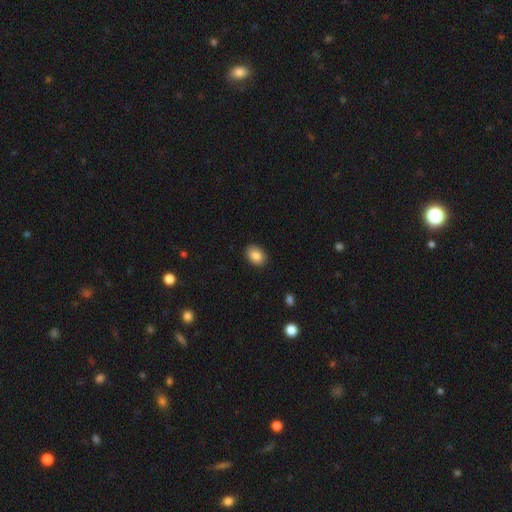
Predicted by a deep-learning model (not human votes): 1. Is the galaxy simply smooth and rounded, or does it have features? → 86% smooth, 8% star or artifact, 6% featured or disk.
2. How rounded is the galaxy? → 78% in between, 21% round, 1% cigar-shaped.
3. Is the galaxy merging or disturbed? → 89% none, 8% minor disturbance, 2% major disturbance, 1% merger.